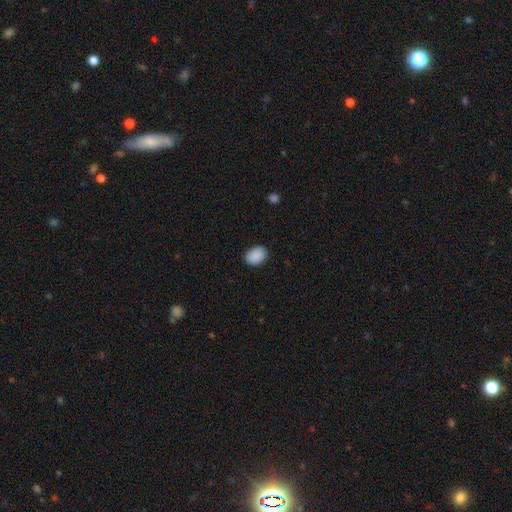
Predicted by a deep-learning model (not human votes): Q: Smooth or featured?
A: smooth (90%); runner-up: star or artifact (7%)
Q: How rounded?
A: in between (77%); runner-up: round (22%)
Q: Merging?
A: none (85%); runner-up: minor disturbance (12%)